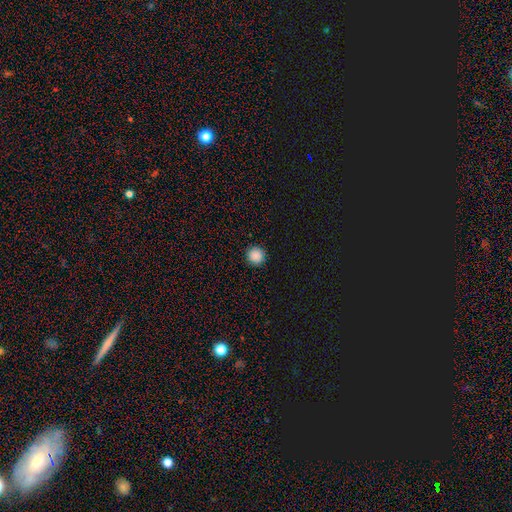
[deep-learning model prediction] Smooth or featured: smooth — 87% (star or artifact — 10%)
How rounded: round — 96% (in between — 3%)
Merging: none — 92% (minor disturbance — 5%)